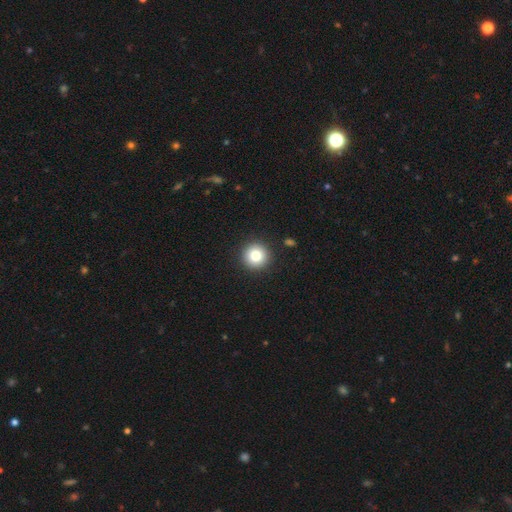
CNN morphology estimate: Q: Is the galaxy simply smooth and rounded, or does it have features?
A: smooth — 80%.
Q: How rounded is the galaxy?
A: round — 95%.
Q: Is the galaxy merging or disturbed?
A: none — 92%.